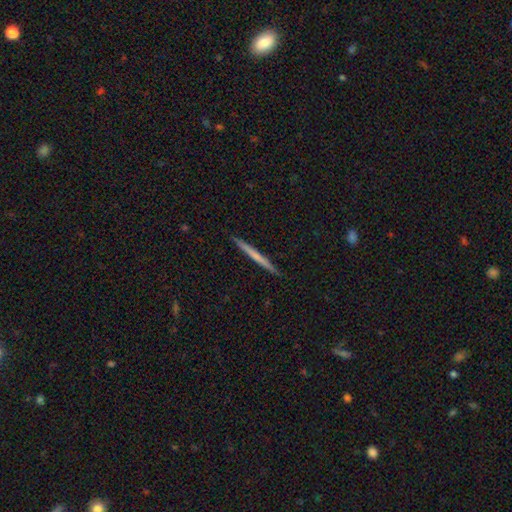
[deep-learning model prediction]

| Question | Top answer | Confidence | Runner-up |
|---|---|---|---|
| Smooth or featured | smooth | 53% | featured or disk (42%) |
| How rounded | cigar-shaped | 97% | in between (2%) |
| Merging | none | 92% | minor disturbance (6%) |